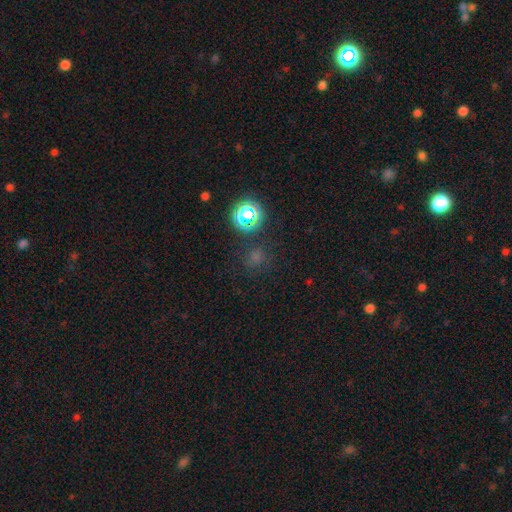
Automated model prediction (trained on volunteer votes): smooth-or-featured: star or artifact: 47% | smooth: 46% | featured or disk: 7%